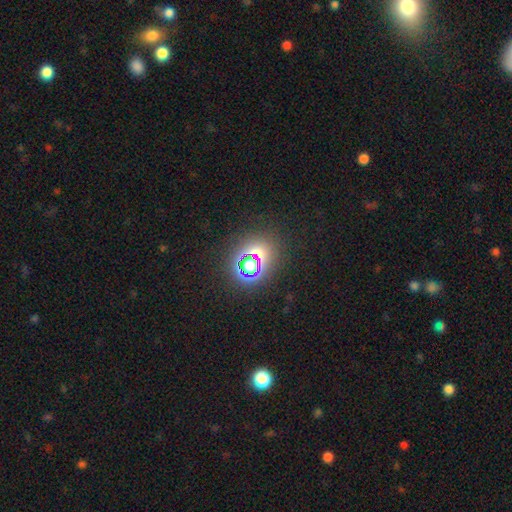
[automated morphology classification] A star or artifact, not a galaxy (62%).